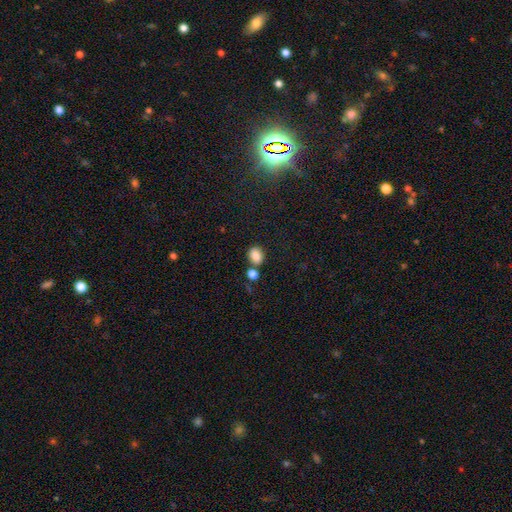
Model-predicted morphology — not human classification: This appears to be a smooth galaxy with no disk features (85%) that is in between round and cigar-shaped (59%). Merging: none (67%).